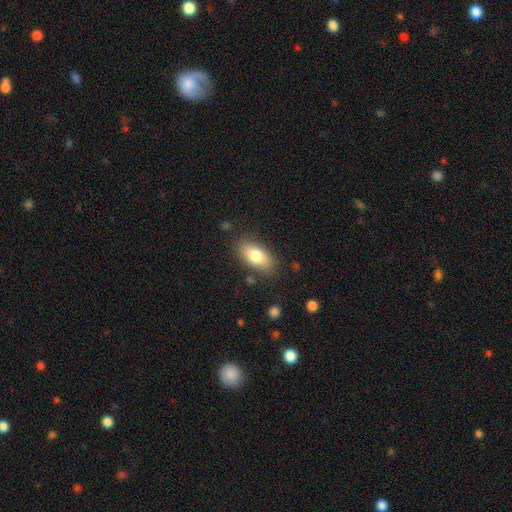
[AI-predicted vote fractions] Smooth or featured: smooth — 80% (featured or disk — 13%)
How rounded: in between — 91% (cigar-shaped — 5%)
Merging: none — 81% (minor disturbance — 13%)